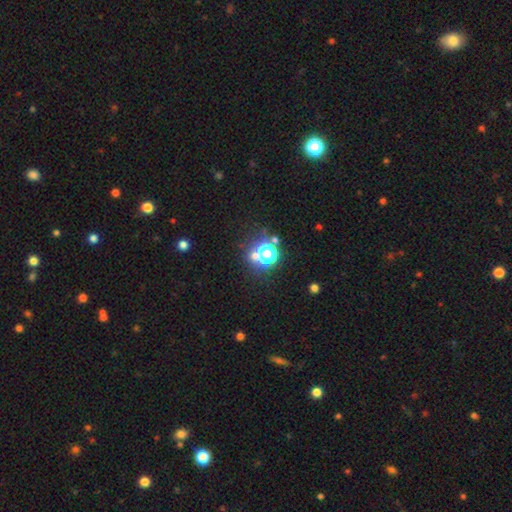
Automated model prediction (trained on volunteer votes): A star or artifact, not a galaxy (48%).